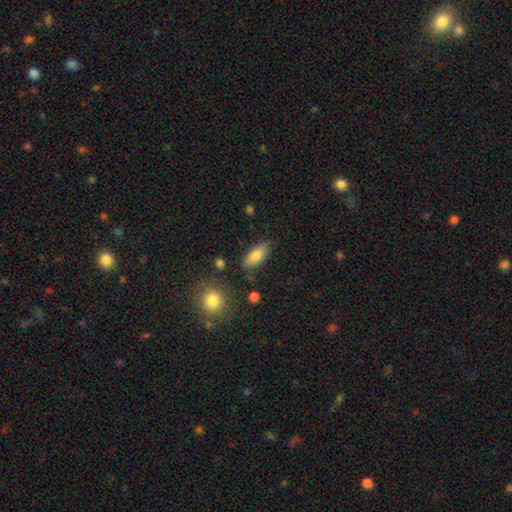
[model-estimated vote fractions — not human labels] Smooth or featured: smooth — 80% (featured or disk — 13%)
How rounded: in between — 83% (cigar-shaped — 14%)
Merging: none — 79% (minor disturbance — 15%)